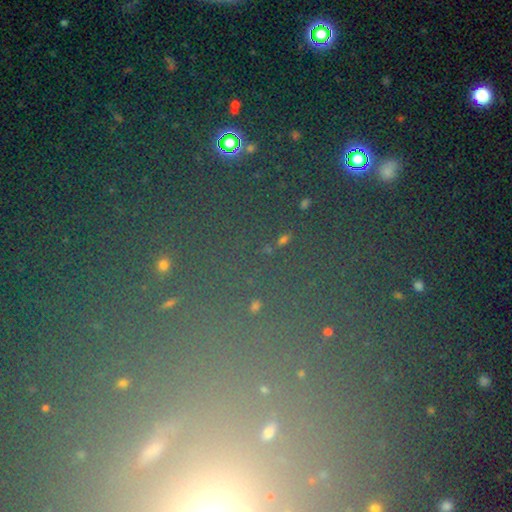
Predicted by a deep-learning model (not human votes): Smooth or featured: star or artifact — 68% (smooth — 22%)